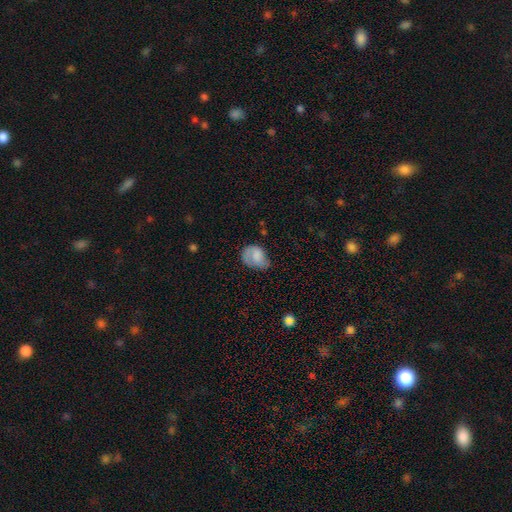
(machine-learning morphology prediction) A smooth galaxy with no disk features (69%) that is in between round and cigar-shaped (68%).

Vote fractions:
- Smooth or featured? smooth: 69% / featured or disk: 23% / star or artifact: 8%
- How rounded? in between: 68% / round: 31% / cigar-shaped: 1%
- Merging? none: 42% / minor disturbance: 36% / major disturbance: 20% / merger: 2%